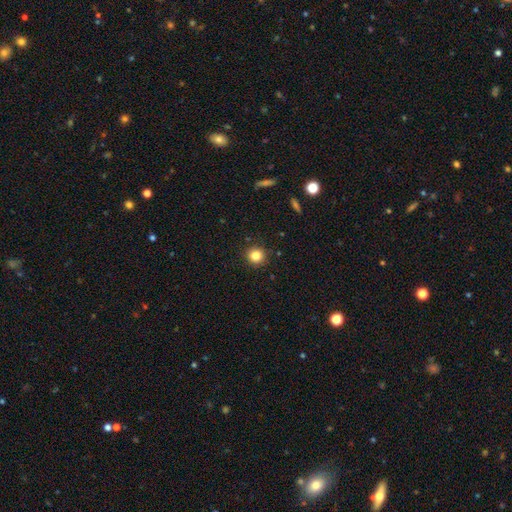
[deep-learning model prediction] Smooth or featured?
  - smooth: 83% *
  - star or artifact: 12%
  - featured or disk: 6%
How rounded?
  - round: 93% *
  - in between: 6%
  - cigar-shaped: 1%
Merging?
  - none: 91% *
  - minor disturbance: 6%
  - major disturbance: 2%
  - merger: 1%